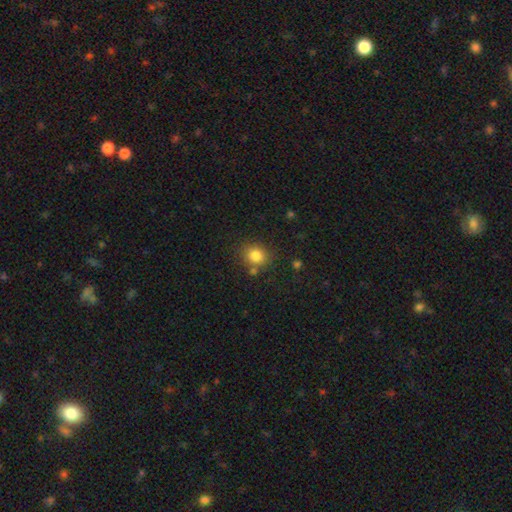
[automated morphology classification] smooth_or_featured: smooth (p=0.83) [alt: star or artifact p=0.11]
how_rounded: round (p=0.76) [alt: in between p=0.24]
merging: none (p=0.76) [alt: minor disturbance p=0.12]